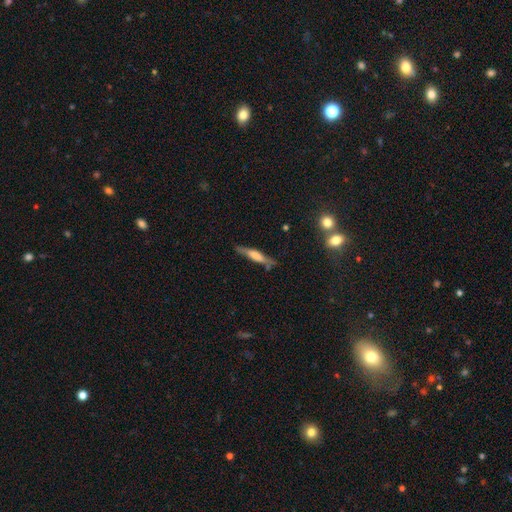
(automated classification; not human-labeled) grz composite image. It shows a featured or disk galaxy (47%). Merging: none (74%).